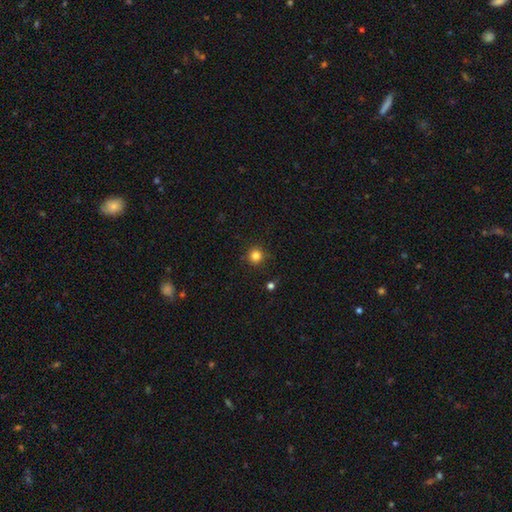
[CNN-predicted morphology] This is clearly a smooth galaxy (83%). How rounded: clearly round (94%). Merging: clearly none (88%).